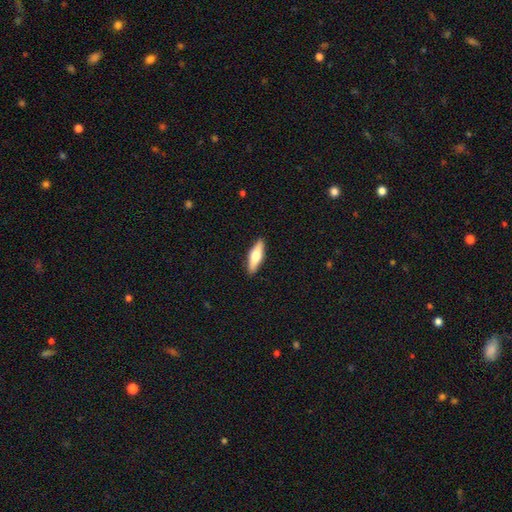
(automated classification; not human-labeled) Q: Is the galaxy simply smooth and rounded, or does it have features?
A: smooth — 60%.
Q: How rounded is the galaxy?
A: cigar-shaped — 57%.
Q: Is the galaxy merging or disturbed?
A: none — 90%.